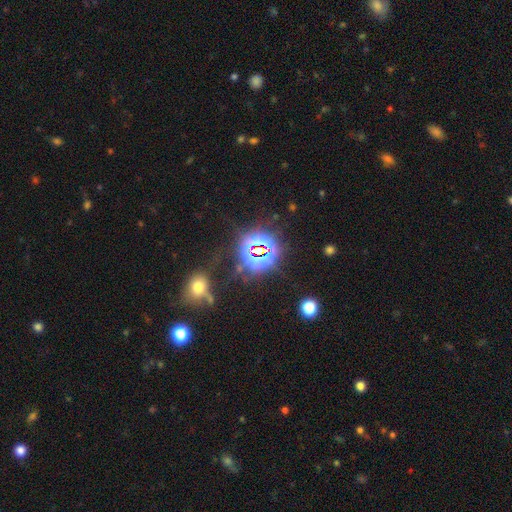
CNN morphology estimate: type=star or artifact (76%).